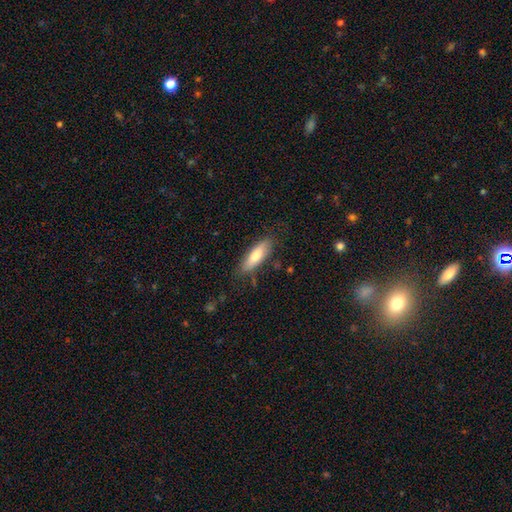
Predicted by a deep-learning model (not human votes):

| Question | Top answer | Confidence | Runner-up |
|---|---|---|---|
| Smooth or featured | smooth | 72% | featured or disk (22%) |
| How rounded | cigar-shaped | 51% | in between (47%) |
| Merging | none | 79% | minor disturbance (16%) |